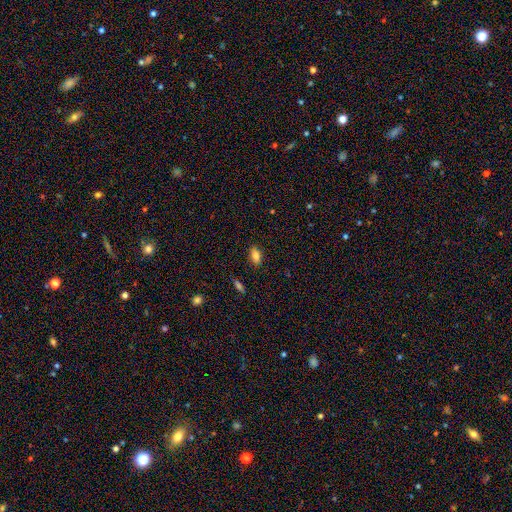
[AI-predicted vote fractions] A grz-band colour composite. It shows a smooth galaxy with no disk features (84%) that is in between round and cigar-shaped (89%). Merging: none (88%).